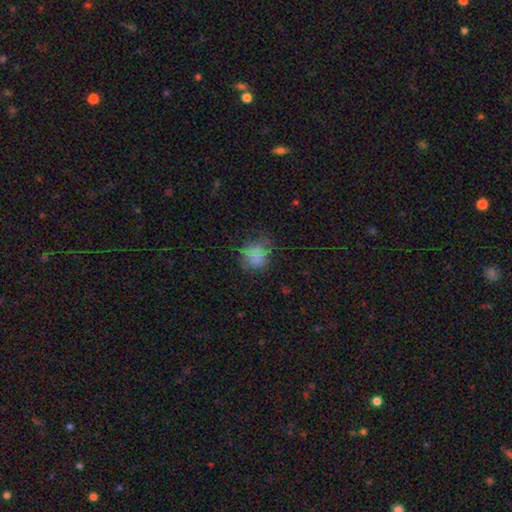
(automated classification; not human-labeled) A smooth galaxy with no disk features (73%) that is round (74%). Merging: none (59%).